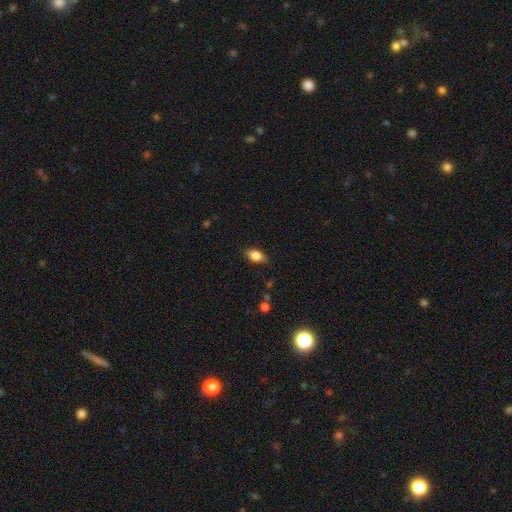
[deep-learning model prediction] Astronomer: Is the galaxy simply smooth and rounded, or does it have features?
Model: smooth — 81%.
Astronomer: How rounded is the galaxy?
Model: in between — 88%.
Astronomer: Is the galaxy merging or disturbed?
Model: none — 85%.